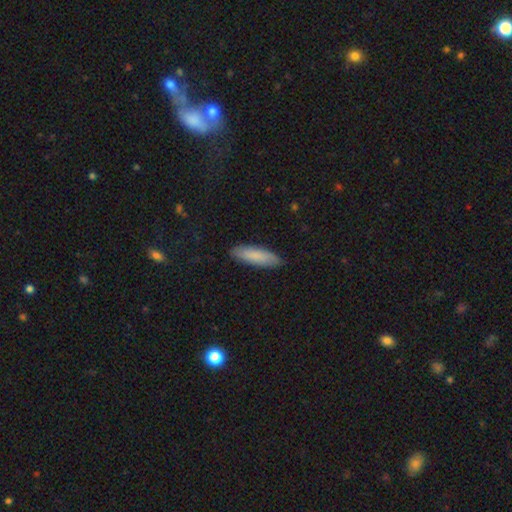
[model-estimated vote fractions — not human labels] Smooth or featured? smooth (84%)
How rounded? cigar-shaped (60%)
Merging? none (87%)